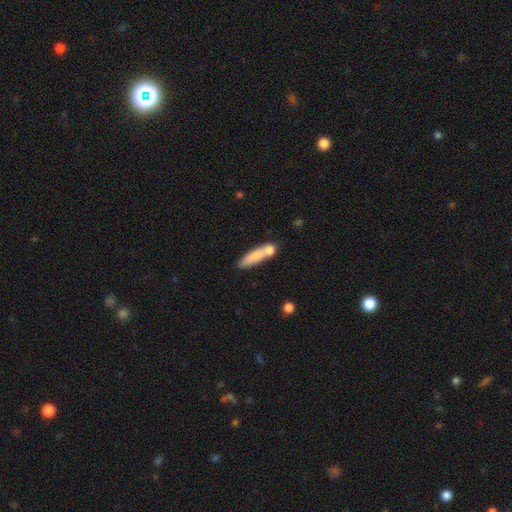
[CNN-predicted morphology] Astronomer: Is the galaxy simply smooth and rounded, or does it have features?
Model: smooth — 74%.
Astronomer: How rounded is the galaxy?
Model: cigar-shaped — 75%.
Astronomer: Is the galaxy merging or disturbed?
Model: none — 50% (runner-up: merger, 28%).